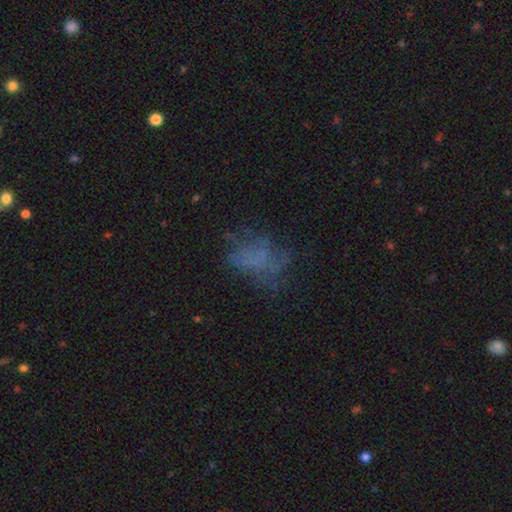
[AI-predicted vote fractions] Smooth or featured?
  - featured or disk: 36% *
  - smooth: 35%
  - star or artifact: 29%
Merging?
  - none: 53% *
  - major disturbance: 26%
  - minor disturbance: 19%
  - merger: 2%